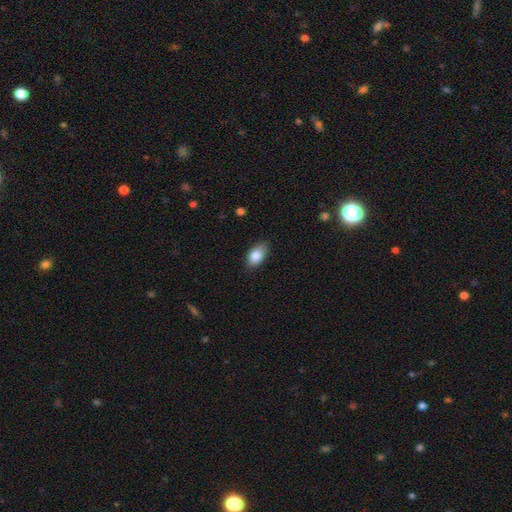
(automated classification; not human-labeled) Smooth or featured? smooth (85%)
How rounded? in between (91%)
Merging? none (81%)